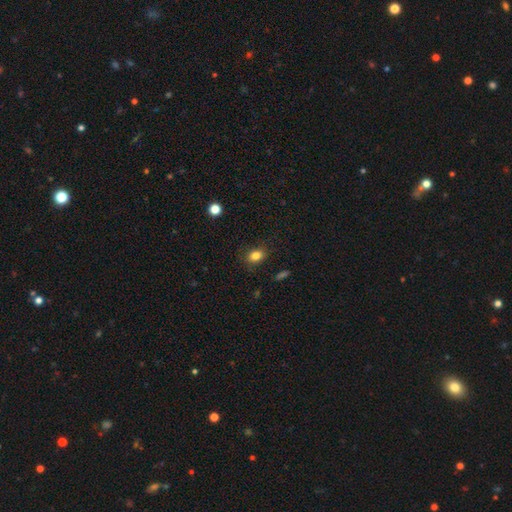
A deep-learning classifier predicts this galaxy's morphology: Q: Smooth or featured?
A: smooth (83%); runner-up: star or artifact (11%)
Q: How rounded?
A: in between (65%); runner-up: round (34%)
Q: Merging?
A: none (83%); runner-up: minor disturbance (12%)